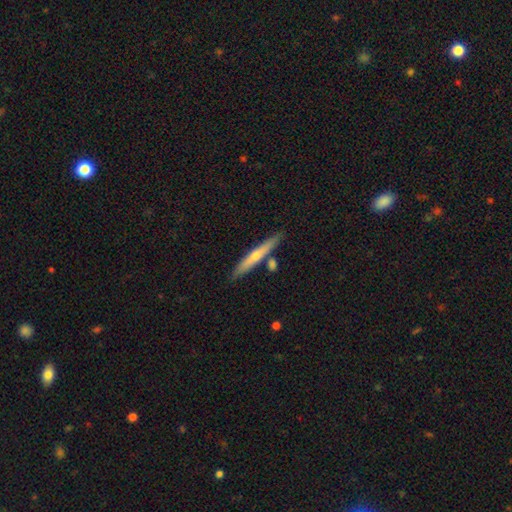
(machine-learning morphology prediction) This is possibly a featured or disk galaxy (49%). Merging: likely none (79%).